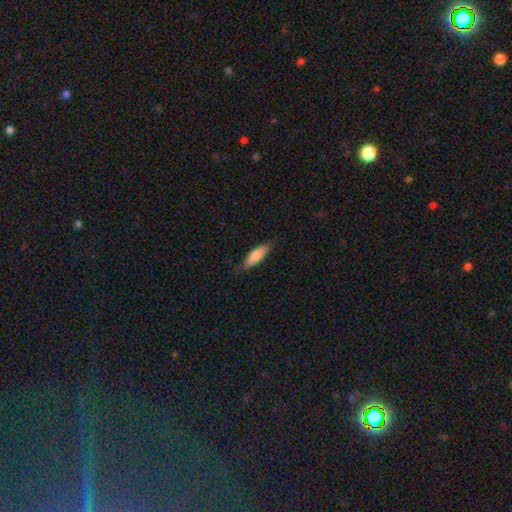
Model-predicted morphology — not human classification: Smooth or featured? Predicted: smooth (p=0.83). How rounded? Predicted: in between (p=0.53). Merging? Predicted: none (p=0.76).